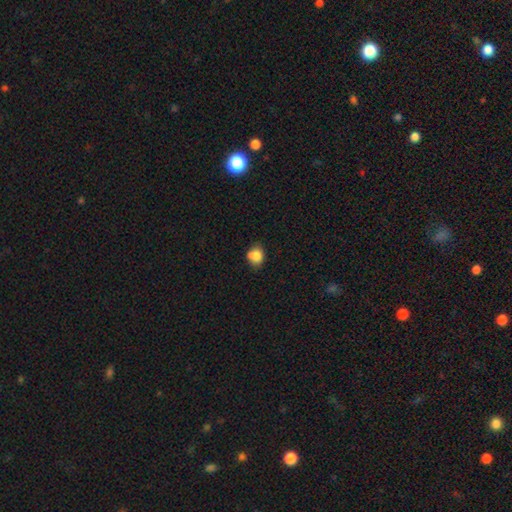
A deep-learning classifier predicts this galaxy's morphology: A smooth galaxy with no disk features (82%) that is round (64%).

Vote fractions:
- Smooth or featured? smooth: 82% / star or artifact: 10% / featured or disk: 8%
- How rounded? round: 64% / in between: 35% / cigar-shaped: 1%
- Merging? none: 57% / minor disturbance: 26% / merger: 12% / major disturbance: 5%